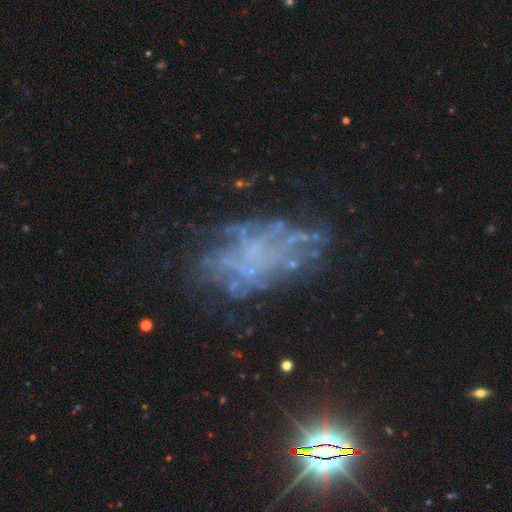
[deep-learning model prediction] Q: Smooth or featured?
A: featured or disk (63%); runner-up: star or artifact (22%)
Q: Edge-on disk?
A: no (96%); runner-up: yes (4%)
Q: Bar?
A: no (90%); runner-up: weak (8%)
Q: Spiral arms?
A: no (72%); runner-up: yes (28%)
Q: Bulge size?
A: none (75%); runner-up: small (16%)
Q: Merging?
A: none (52%); runner-up: major disturbance (25%)